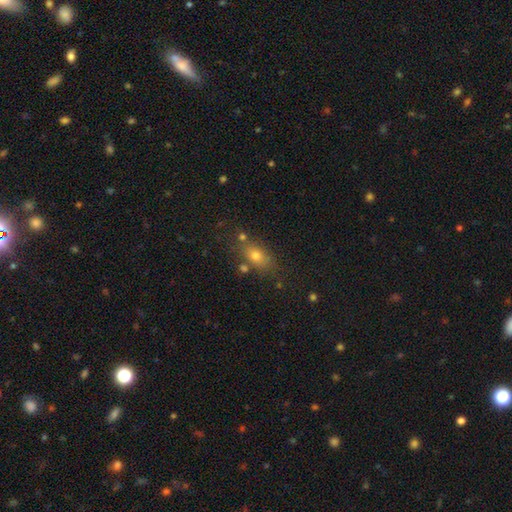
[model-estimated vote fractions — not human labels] Smooth or featured? Predicted: smooth (p=0.68). How rounded? Predicted: in between (p=0.68). Merging? Predicted: none (p=0.70).